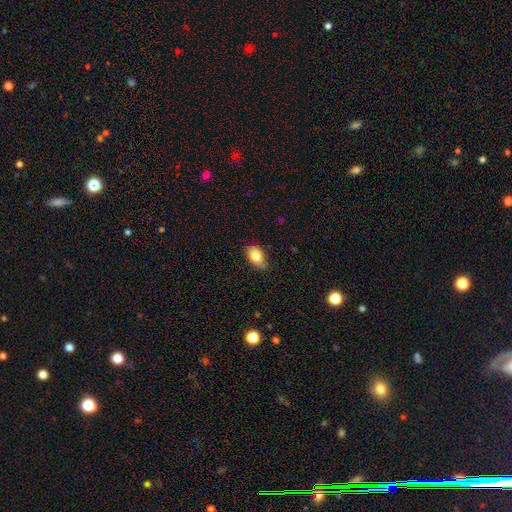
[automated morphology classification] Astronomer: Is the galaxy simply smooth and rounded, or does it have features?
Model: smooth — 81%.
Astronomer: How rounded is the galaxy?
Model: in between — 89%.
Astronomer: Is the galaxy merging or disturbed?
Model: none — 70%.